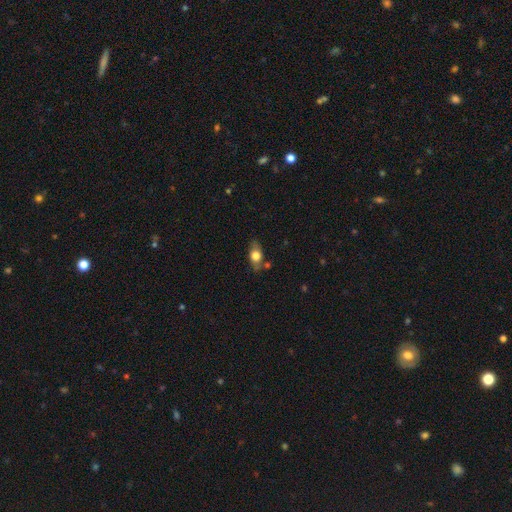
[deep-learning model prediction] smooth-or-featured: smooth: 68% | featured or disk: 23% | star or artifact: 8%
  how-rounded: in between: 74% | round: 20% | cigar-shaped: 7%
  merging: none: 66% | minor disturbance: 22% | major disturbance: 6% | merger: 6%